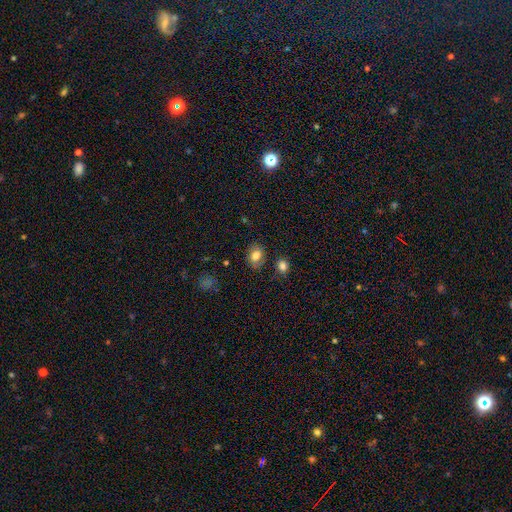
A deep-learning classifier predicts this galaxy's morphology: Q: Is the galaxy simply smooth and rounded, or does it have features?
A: smooth — 77%.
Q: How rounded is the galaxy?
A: in between — 68%.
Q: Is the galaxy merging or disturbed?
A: none — 76%.